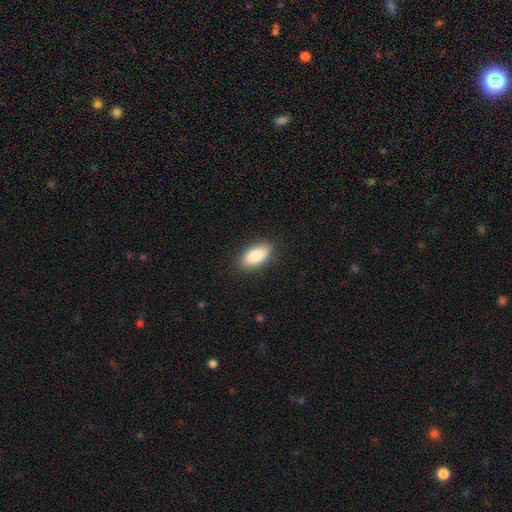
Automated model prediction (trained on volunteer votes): Morphology: type=smooth (88%); roundness=in between (92%); merging=none (87%).